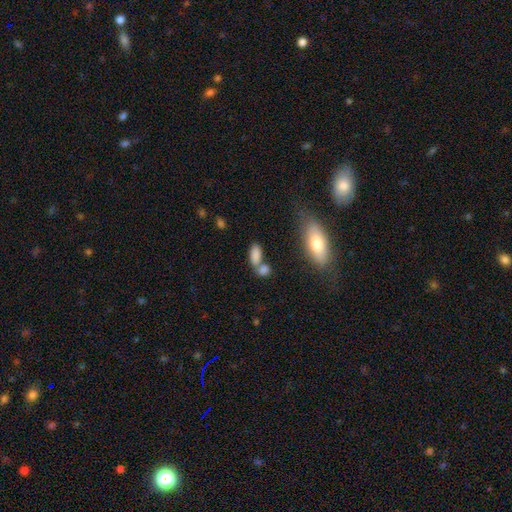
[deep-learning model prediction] Smooth or featured?
  - smooth: 82% *
  - star or artifact: 9%
  - featured or disk: 9%
How rounded?
  - in between: 82% *
  - cigar-shaped: 13%
  - round: 5%
Merging?
  - none: 44% *
  - merger: 37%
  - minor disturbance: 13%
  - major disturbance: 6%